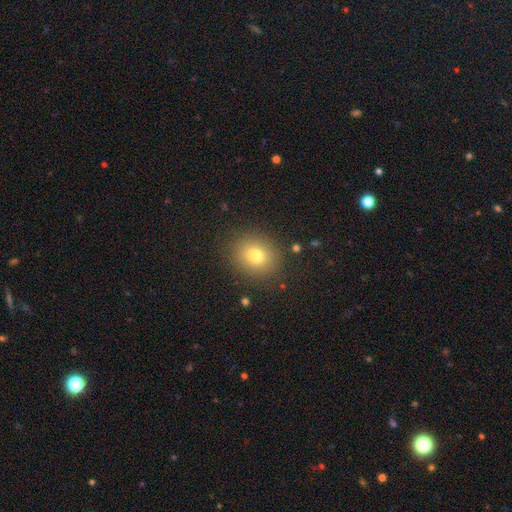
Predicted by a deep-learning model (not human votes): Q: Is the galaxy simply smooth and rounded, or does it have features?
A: smooth — 76%.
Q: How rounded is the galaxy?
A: round — 73%.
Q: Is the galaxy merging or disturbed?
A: none — 87%.